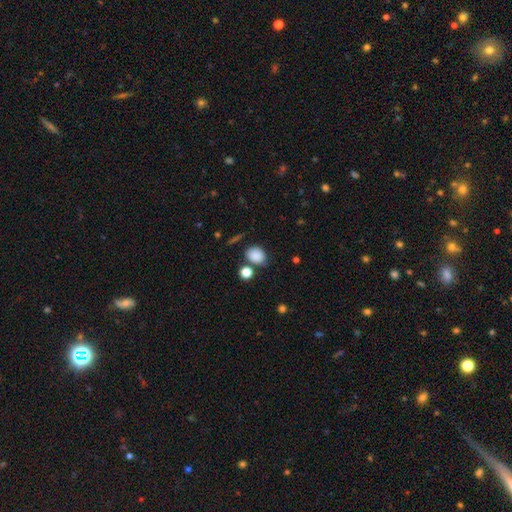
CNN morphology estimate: A smooth galaxy with no disk features (85%) that is round (53%).

Vote fractions:
- Smooth or featured? smooth: 85% / star or artifact: 10% / featured or disk: 4%
- How rounded? round: 53% / in between: 46% / cigar-shaped: 1%
- Merging? none: 72% / minor disturbance: 13% / merger: 11% / major disturbance: 4%